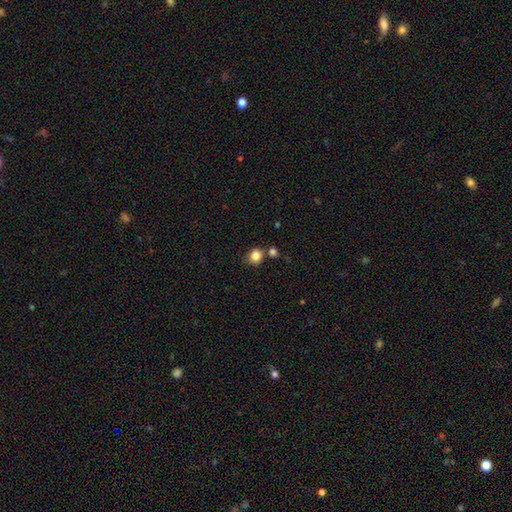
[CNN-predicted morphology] A smooth galaxy with no disk features (84%) that is round (82%). Merging: none (70%).